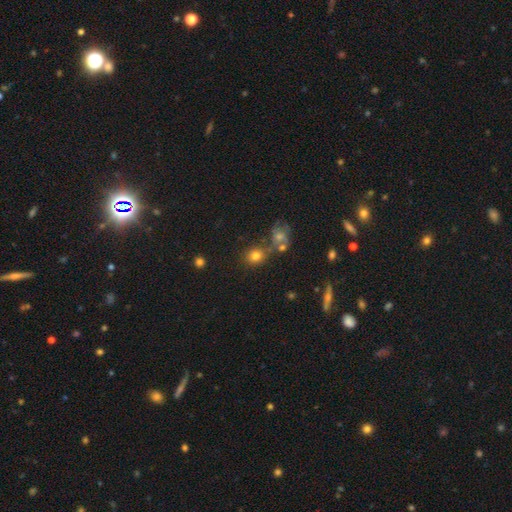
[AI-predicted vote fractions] The model was most divided on "merging": none: 60%, merger: 23%, minor disturbance: 12%, major disturbance: 5%. More confident: smooth or featured — smooth (79%); how rounded — round (76%).